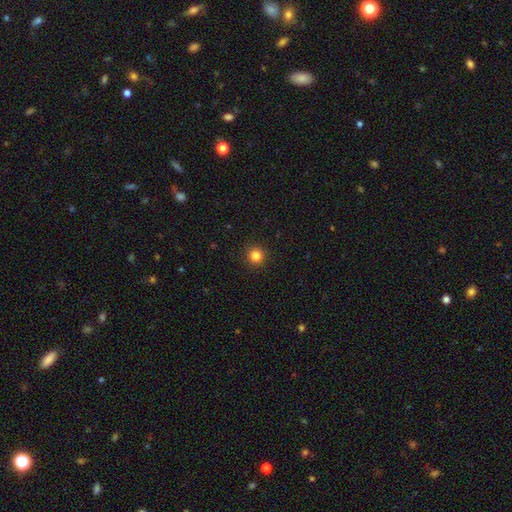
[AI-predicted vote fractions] smooth_or_featured: smooth (p=0.83) [alt: star or artifact p=0.12]
how_rounded: round (p=0.95) [alt: in between p=0.04]
merging: none (p=0.93) [alt: minor disturbance p=0.05]